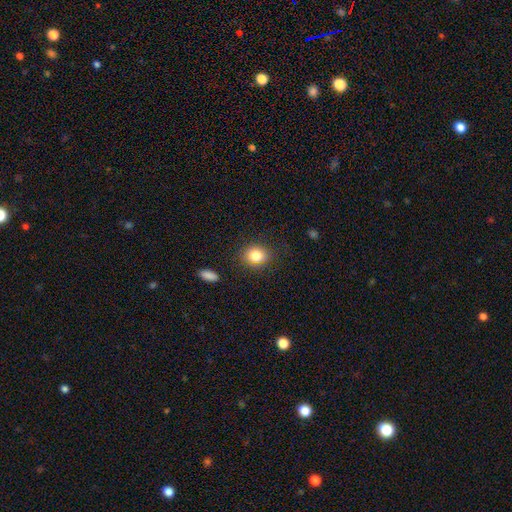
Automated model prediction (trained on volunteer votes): This is clearly a smooth galaxy (83%). How rounded: likely round (66%). Merging: clearly none (85%).